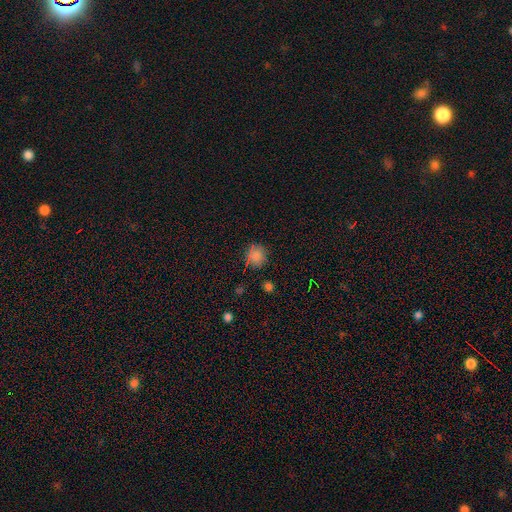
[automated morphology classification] Smooth or featured? Predicted: smooth (p=0.79). How rounded? Predicted: round (p=0.84). Merging? Predicted: none (p=0.83).